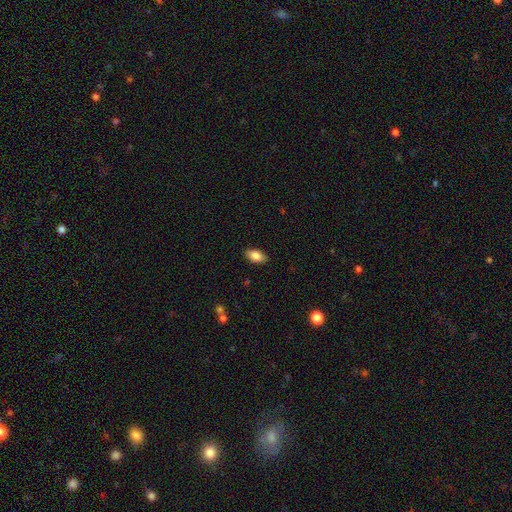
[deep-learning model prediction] This is clearly a smooth galaxy (83%). How rounded: clearly in between (92%). Merging: clearly none (88%).